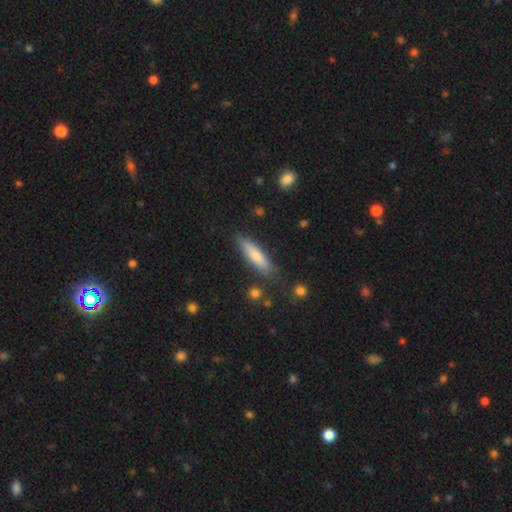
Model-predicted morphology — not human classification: A smooth galaxy with no disk features (70%) that is cigar-shaped (76%).

Vote fractions:
- Smooth or featured? smooth: 70% / featured or disk: 24% / star or artifact: 6%
- How rounded? cigar-shaped: 76% / in between: 22% / round: 2%
- Merging? none: 84% / minor disturbance: 11% / major disturbance: 2% / merger: 2%